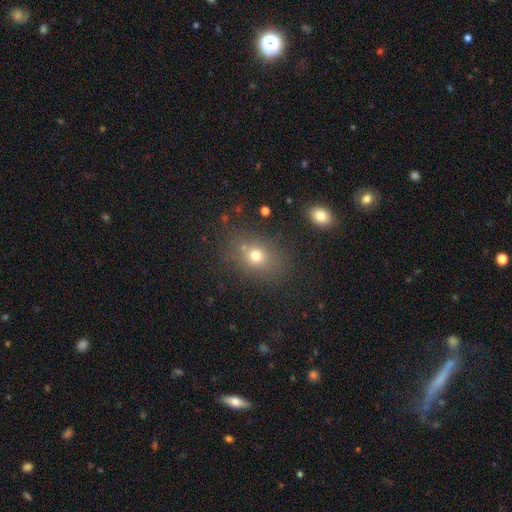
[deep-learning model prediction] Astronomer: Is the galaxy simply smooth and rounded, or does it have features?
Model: smooth — 71%.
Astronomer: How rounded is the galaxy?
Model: in between — 54% (runner-up: round, 45%).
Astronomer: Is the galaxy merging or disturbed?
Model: none — 77%.